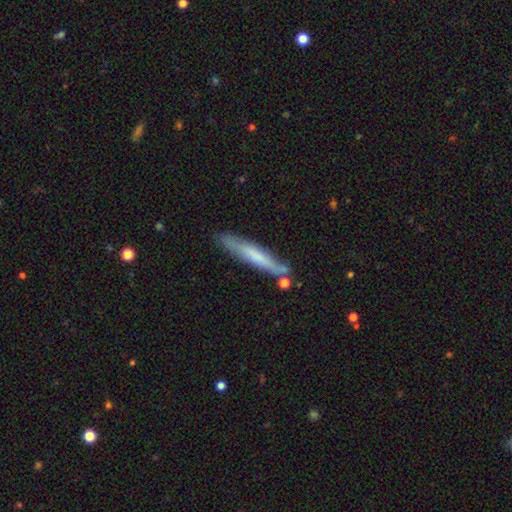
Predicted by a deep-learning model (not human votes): Q: Smooth or featured?
A: smooth (57%); runner-up: featured or disk (37%)
Q: How rounded?
A: cigar-shaped (94%); runner-up: in between (5%)
Q: Merging?
A: none (76%); runner-up: minor disturbance (16%)